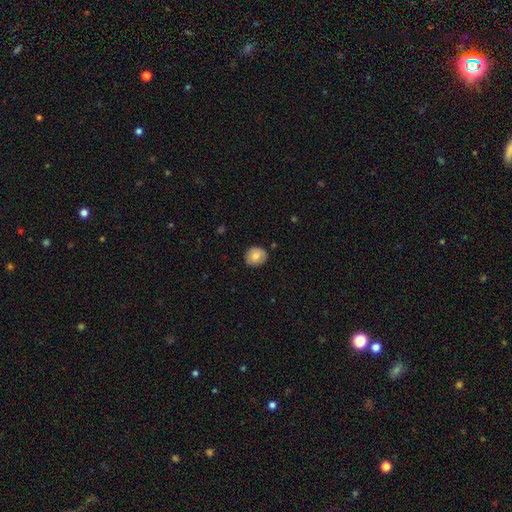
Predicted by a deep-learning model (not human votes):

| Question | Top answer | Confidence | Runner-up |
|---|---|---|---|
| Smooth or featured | smooth | 74% | featured or disk (18%) |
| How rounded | round | 74% | in between (25%) |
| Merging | none | 83% | minor disturbance (14%) |